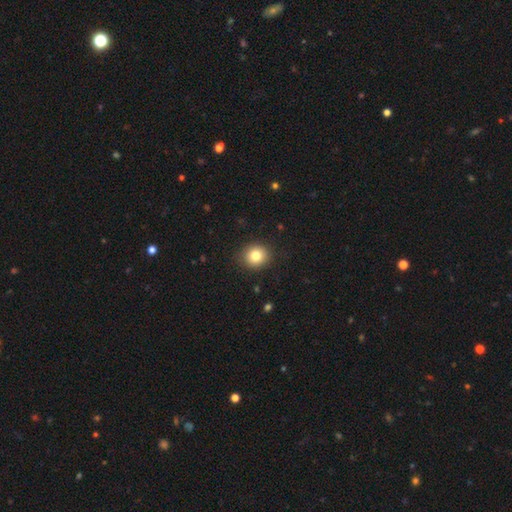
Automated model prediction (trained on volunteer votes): A smooth galaxy with no disk features (81%) that is round (85%).

Vote fractions:
- Smooth or featured? smooth: 81% / star or artifact: 11% / featured or disk: 8%
- How rounded? round: 85% / in between: 14% / cigar-shaped: 1%
- Merging? none: 89% / minor disturbance: 7% / major disturbance: 2% / merger: 1%